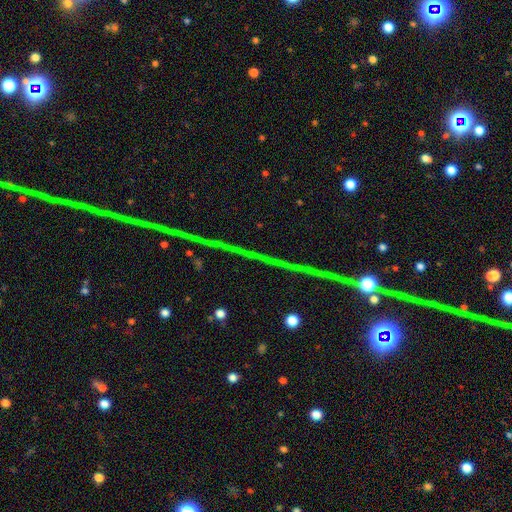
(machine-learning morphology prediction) The model was most divided on "smooth or featured": star or artifact: 80%, featured or disk: 12%, smooth: 8%.